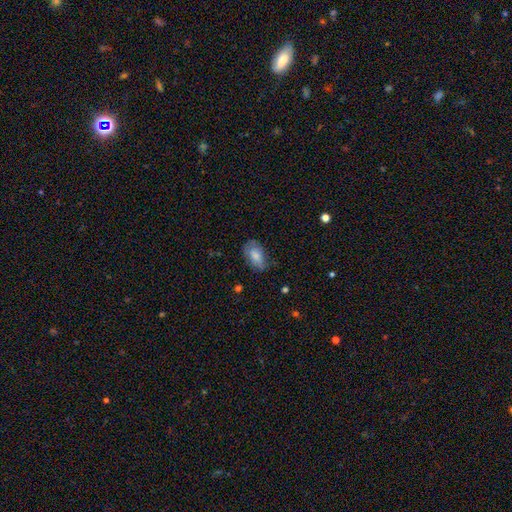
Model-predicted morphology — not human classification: The model was most divided on "merging": none: 62%, minor disturbance: 28%, major disturbance: 8%, merger: 2%. More confident: how rounded — in between (92%); smooth or featured — smooth (76%).